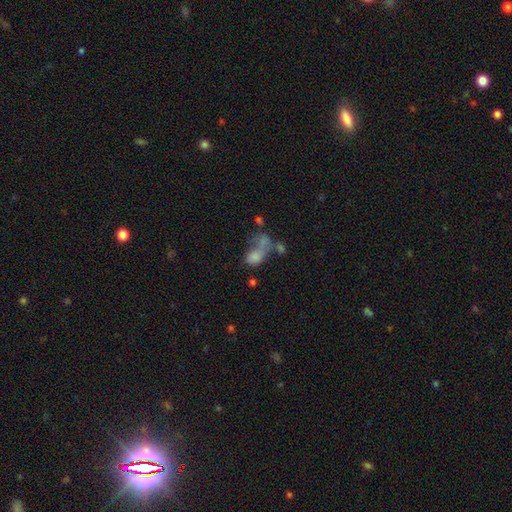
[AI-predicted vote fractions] Morphology: type=smooth (64%); roundness=in between (77%); merging=merger (49%).